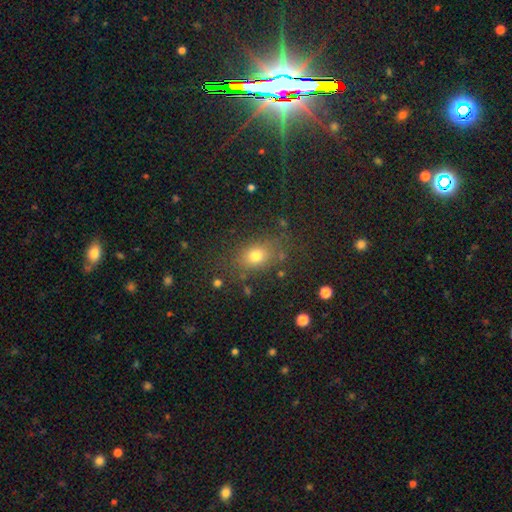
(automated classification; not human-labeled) smooth-or-featured: smooth: 75% | star or artifact: 15% | featured or disk: 10%
  how-rounded: in between: 61% | round: 37% | cigar-shaped: 2%
  merging: none: 78% | minor disturbance: 13% | major disturbance: 6% | merger: 3%